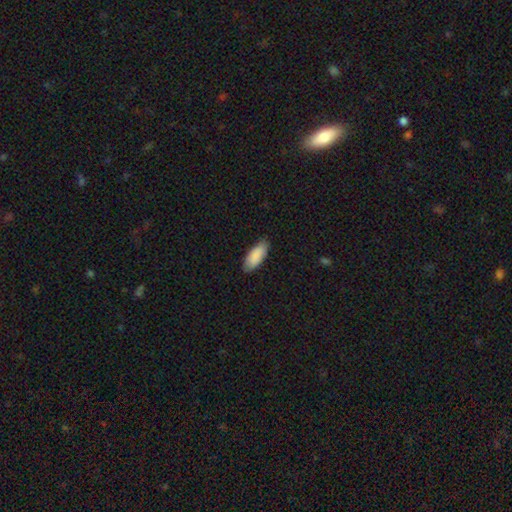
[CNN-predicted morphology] Smooth or featured?
  - smooth: 89% *
  - featured or disk: 5%
  - star or artifact: 5%
How rounded?
  - in between: 79% *
  - cigar-shaped: 19%
  - round: 1%
Merging?
  - none: 83% *
  - minor disturbance: 13%
  - major disturbance: 2%
  - merger: 1%